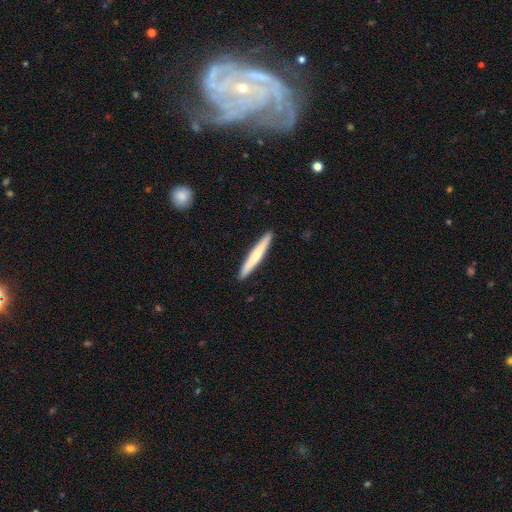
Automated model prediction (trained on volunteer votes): smooth 66%, featured or disk 29%, star or artifact 5%. Down the decision tree: how rounded — cigar-shaped (96%); merging — none (92%).